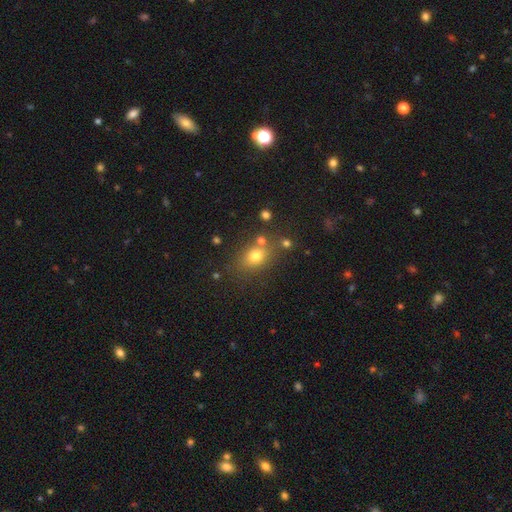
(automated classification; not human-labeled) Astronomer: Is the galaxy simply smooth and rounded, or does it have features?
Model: smooth — 74%.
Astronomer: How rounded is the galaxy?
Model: in between — 59% (runner-up: round, 39%).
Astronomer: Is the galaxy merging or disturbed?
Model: none — 69%.